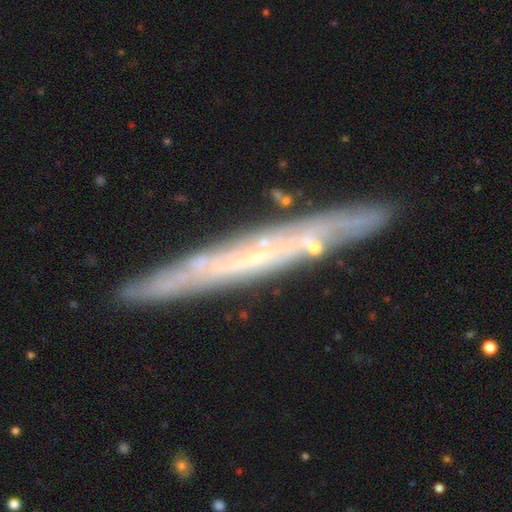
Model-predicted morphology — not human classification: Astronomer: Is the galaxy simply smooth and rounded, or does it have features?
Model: featured or disk — 70%.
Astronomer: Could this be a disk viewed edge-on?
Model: yes — 84%.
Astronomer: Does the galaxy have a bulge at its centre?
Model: none — 82%.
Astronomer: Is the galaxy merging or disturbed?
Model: none — 86%.